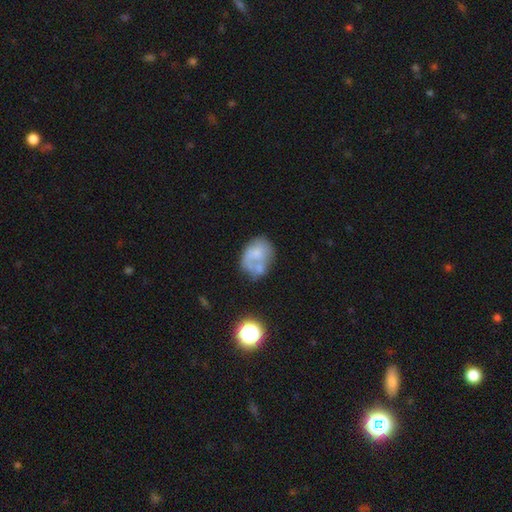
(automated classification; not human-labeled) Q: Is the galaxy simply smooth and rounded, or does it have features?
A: smooth — 53%.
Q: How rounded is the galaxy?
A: in between — 64%.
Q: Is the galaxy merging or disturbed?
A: none — 33%.